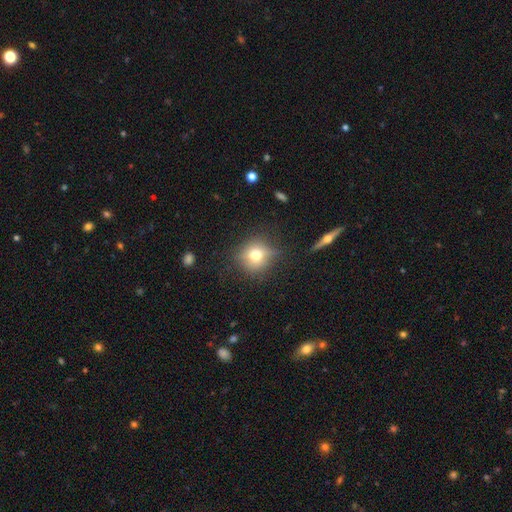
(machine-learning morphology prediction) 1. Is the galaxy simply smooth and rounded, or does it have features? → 66% smooth, 20% featured or disk, 14% star or artifact.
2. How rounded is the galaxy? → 88% round, 11% in between, 1% cigar-shaped.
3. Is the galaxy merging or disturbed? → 77% none, 16% minor disturbance, 6% major disturbance, 2% merger.